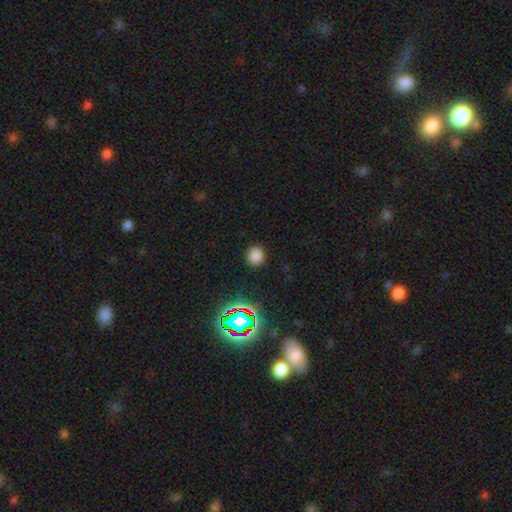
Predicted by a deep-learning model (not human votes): Overall: smooth (77%). How rounded: round (92%). Merging: none (90%).